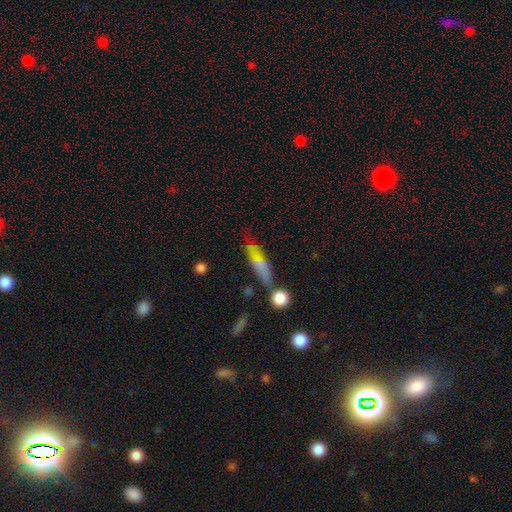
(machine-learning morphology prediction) This appears to be a smooth galaxy with no disk features (60%) that is cigar-shaped (70%). Merging: none (64%).